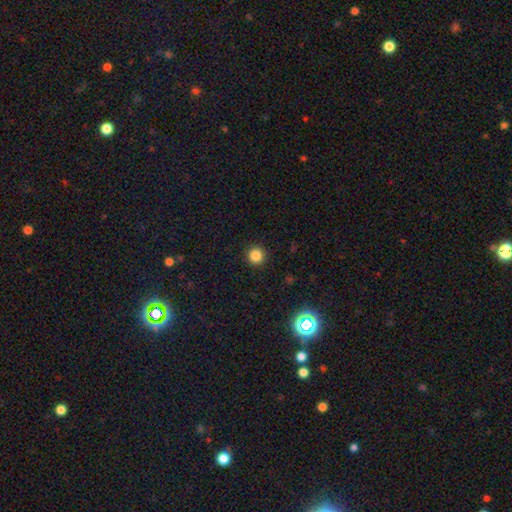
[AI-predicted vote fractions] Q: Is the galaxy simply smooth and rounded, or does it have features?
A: smooth — 83%.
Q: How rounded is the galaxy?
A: round — 95%.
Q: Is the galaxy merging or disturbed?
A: none — 93%.